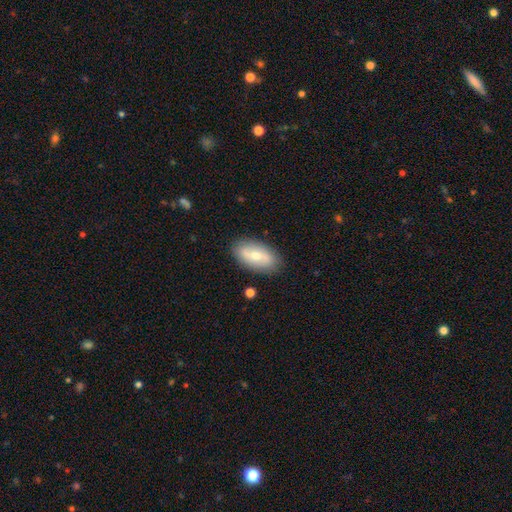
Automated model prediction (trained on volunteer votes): A smooth galaxy with no disk features (57%) that is in between round and cigar-shaped (91%).

Vote fractions:
- Smooth or featured? smooth: 57% / featured or disk: 37% / star or artifact: 6%
- How rounded? in between: 91% / cigar-shaped: 5% / round: 4%
- Merging? none: 85% / minor disturbance: 11% / major disturbance: 3% / merger: 2%